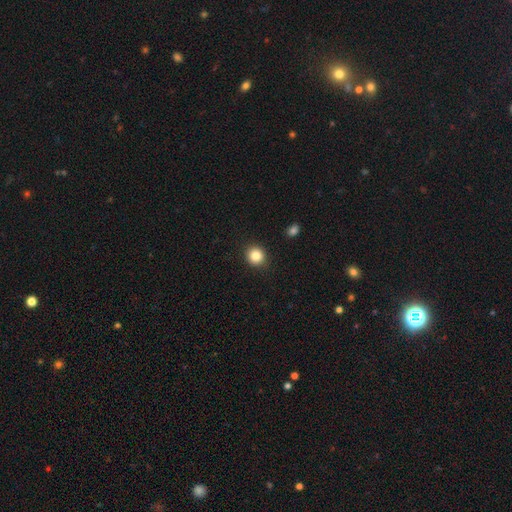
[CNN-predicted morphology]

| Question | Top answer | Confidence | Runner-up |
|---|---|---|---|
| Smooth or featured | smooth | 85% | star or artifact (10%) |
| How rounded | round | 86% | in between (13%) |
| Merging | none | 91% | minor disturbance (6%) |